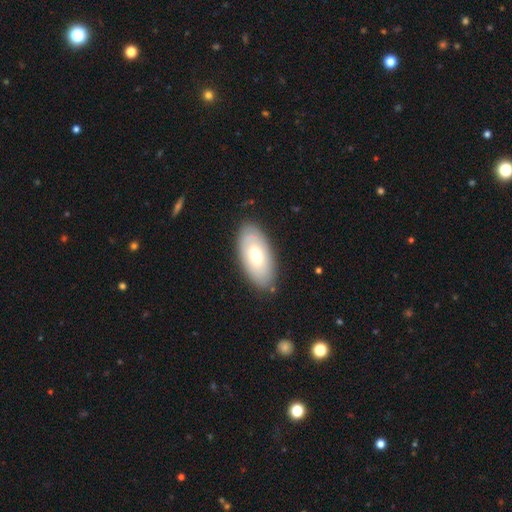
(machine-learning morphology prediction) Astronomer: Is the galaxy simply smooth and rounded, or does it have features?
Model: smooth — 60%.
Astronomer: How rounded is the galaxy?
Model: in between — 92%.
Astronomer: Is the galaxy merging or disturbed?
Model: none — 84%.